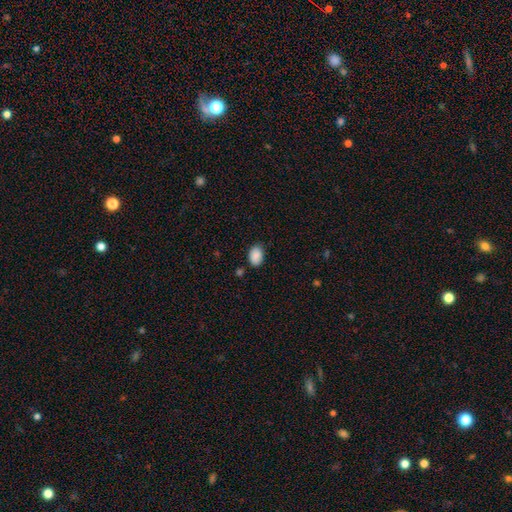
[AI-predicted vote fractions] A smooth galaxy with no disk features (89%) that is in between round and cigar-shaped (86%). Merging: none (80%).